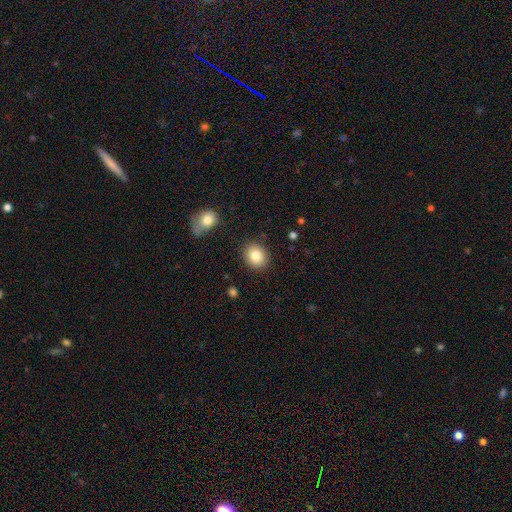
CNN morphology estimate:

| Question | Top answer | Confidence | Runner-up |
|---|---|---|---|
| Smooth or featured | smooth | 84% | star or artifact (9%) |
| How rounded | round | 61% | in between (38%) |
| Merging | none | 88% | minor disturbance (8%) |